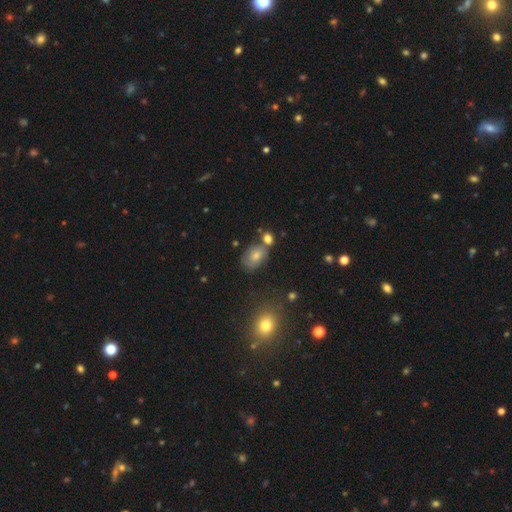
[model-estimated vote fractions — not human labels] This is likely a smooth galaxy (63%). How rounded: likely in between (78%). Merging: possibly none (55%).